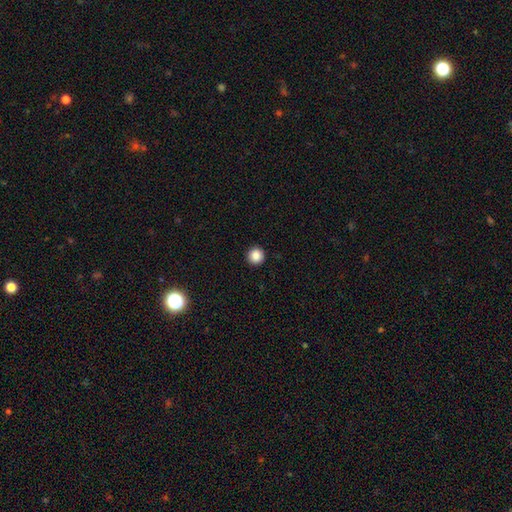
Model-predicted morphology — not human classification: type=smooth (87%); roundness=round (96%); merging=none (93%).